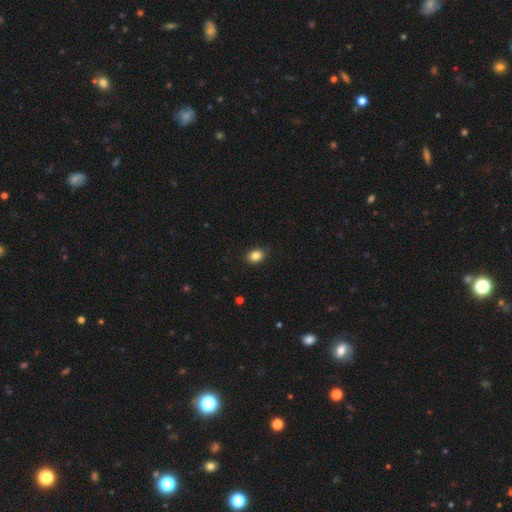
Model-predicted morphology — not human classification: Smooth or featured: smooth — 85% (star or artifact — 10%)
How rounded: in between — 61% (round — 38%)
Merging: none — 88% (minor disturbance — 9%)